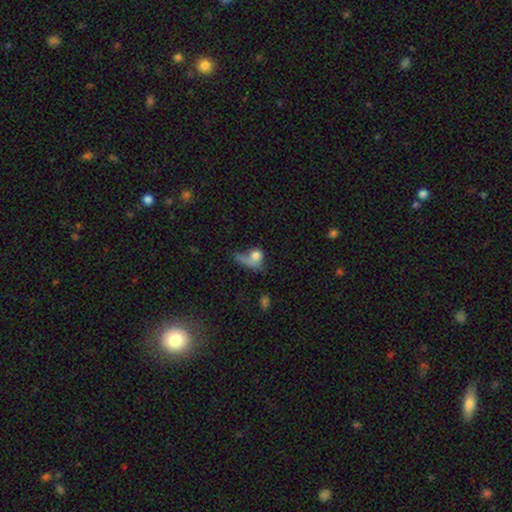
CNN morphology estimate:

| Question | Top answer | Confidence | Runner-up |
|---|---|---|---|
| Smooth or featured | smooth | 69% | featured or disk (20%) |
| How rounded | round | 54% | in between (40%) |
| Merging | major disturbance | 36% | none (27%) |